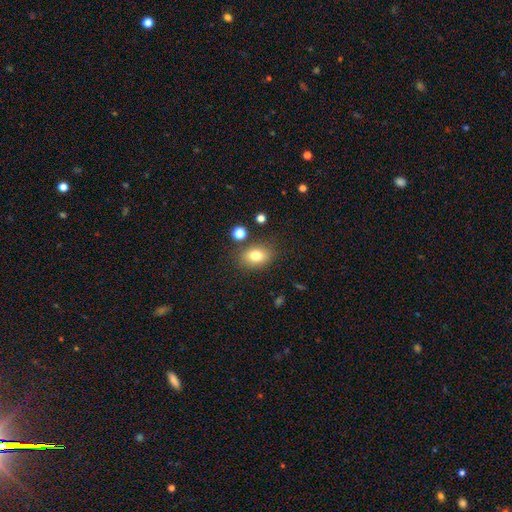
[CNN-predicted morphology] This appears to be a smooth galaxy with no disk features (79%) that is in between round and cigar-shaped (74%). Merging: none (78%).